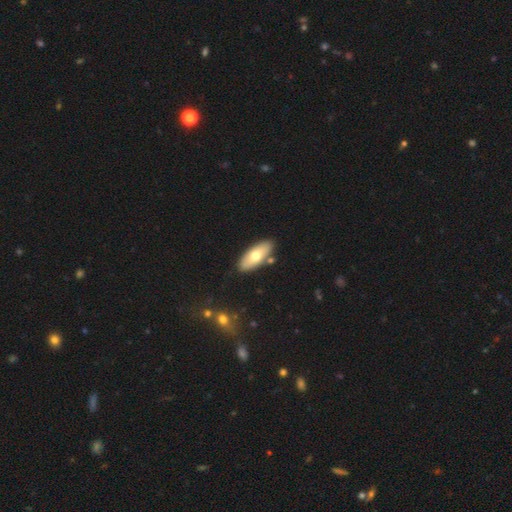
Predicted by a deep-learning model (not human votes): This appears to be a smooth galaxy with no disk features (65%) that is in between round and cigar-shaped (79%). Merging: none (82%).